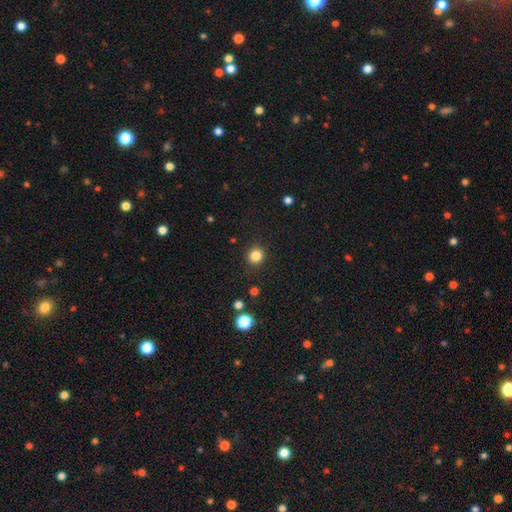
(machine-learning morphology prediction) This appears to be a smooth galaxy with no disk features (84%) that is round (92%). Merging: none (90%).